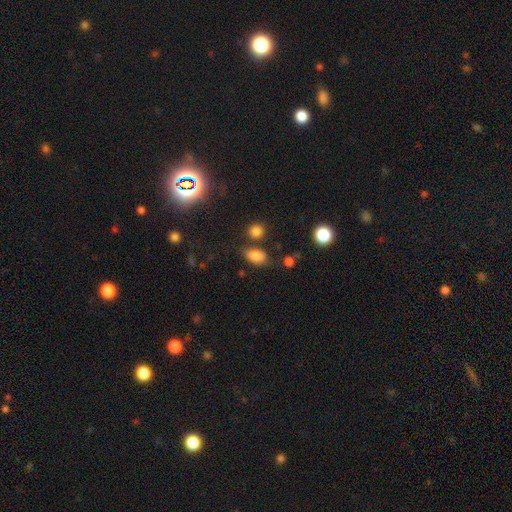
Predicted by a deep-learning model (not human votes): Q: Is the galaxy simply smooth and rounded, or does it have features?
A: smooth — 81%.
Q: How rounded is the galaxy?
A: in between — 87%.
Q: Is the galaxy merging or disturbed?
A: none — 68%.